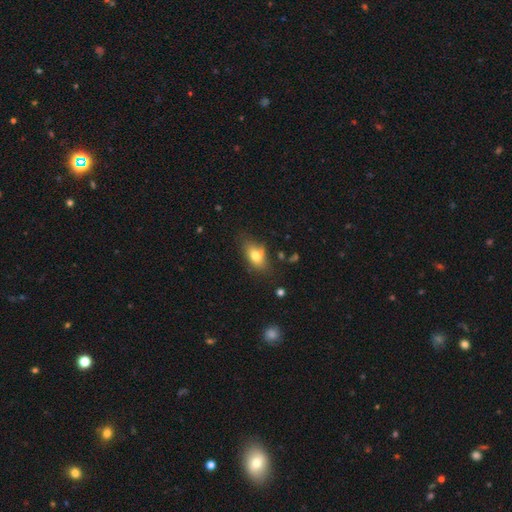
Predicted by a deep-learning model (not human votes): This appears to be a smooth galaxy with no disk features (73%) that is in between round and cigar-shaped (85%). Merging: none (61%).